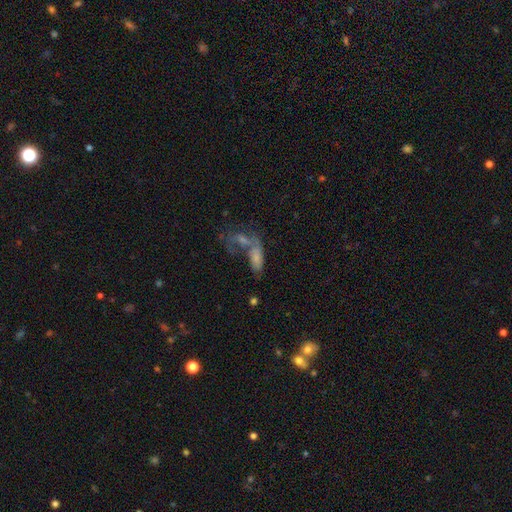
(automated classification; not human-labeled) This is possibly a smooth galaxy (59%). How rounded: likely in between (78%). Merging: possibly merger (53%).